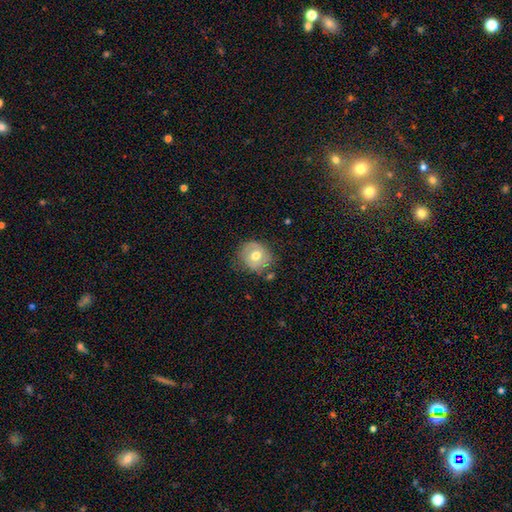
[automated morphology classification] A smooth galaxy with no disk features (53%) that is round (82%).

Vote fractions:
- Smooth or featured? smooth: 53% / featured or disk: 40% / star or artifact: 7%
- How rounded? round: 82% / in between: 17% / cigar-shaped: 1%
- Merging? none: 73% / minor disturbance: 19% / major disturbance: 6% / merger: 3%